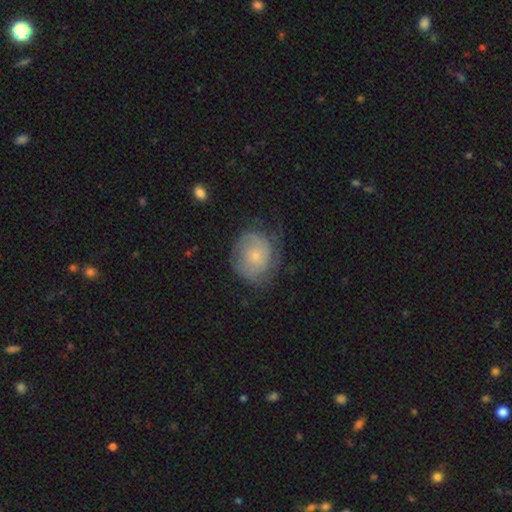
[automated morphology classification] smooth_or_featured: featured or disk (p=0.61) [alt: smooth p=0.32]
disk_edge_on: no (p=0.97) [alt: yes p=0.03]
bar: no (p=0.82) [alt: weak p=0.16]
has_spiral_arms: yes (p=0.83) [alt: no p=0.17]
bulge_size: small (p=0.74) [alt: moderate p=0.21]
merging: none (p=0.59) [alt: minor disturbance p=0.25]